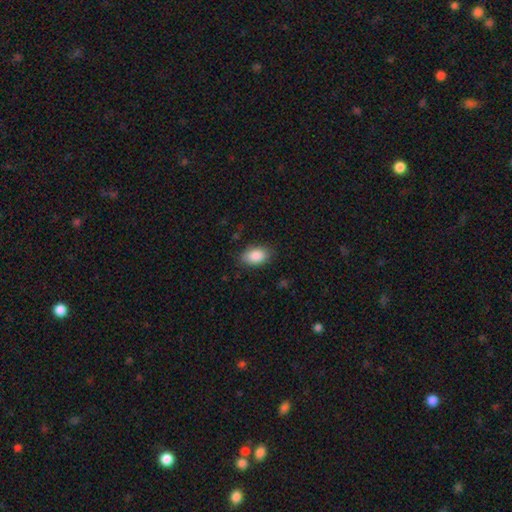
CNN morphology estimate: Overall: smooth (88%). How rounded: in between (90%). Merging: none (83%).